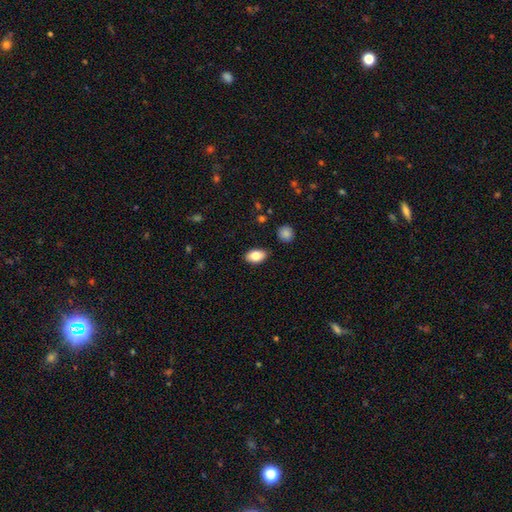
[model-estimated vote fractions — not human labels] smooth_or_featured: smooth (p=0.82) [alt: featured or disk p=0.11]
how_rounded: in between (p=0.90) [alt: round p=0.07]
merging: none (p=0.86) [alt: minor disturbance p=0.10]